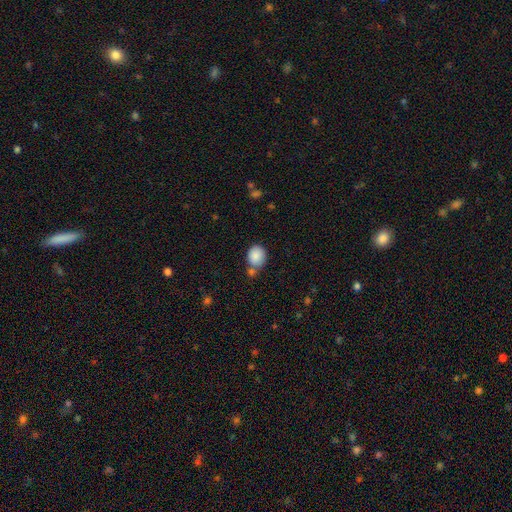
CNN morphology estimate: smooth-or-featured: smooth: 87% | star or artifact: 8% | featured or disk: 5%
  how-rounded: round: 61% | in between: 38% | cigar-shaped: 1%
  merging: none: 59% | merger: 21% | minor disturbance: 15% | major disturbance: 4%